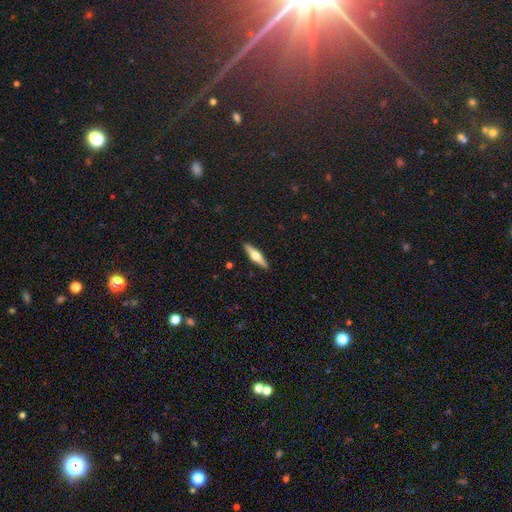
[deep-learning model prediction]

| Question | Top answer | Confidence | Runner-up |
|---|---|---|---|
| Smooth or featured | featured or disk | 61% | smooth (34%) |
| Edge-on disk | yes | 97% | no (3%) |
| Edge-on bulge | rounded | 95% | boxy (3%) |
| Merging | none | 91% | minor disturbance (6%) |